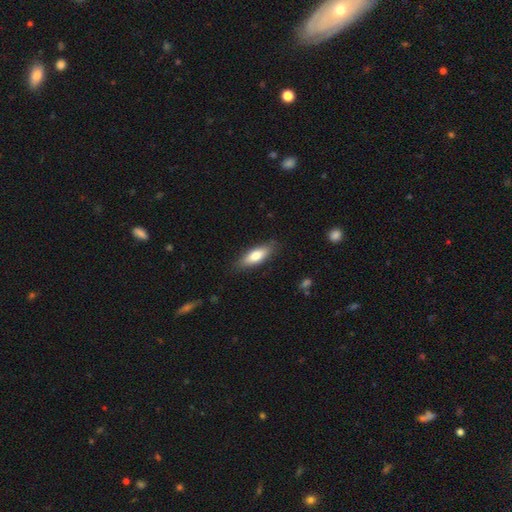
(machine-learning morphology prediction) Smooth or featured?
  - smooth: 75% *
  - featured or disk: 19%
  - star or artifact: 6%
How rounded?
  - in between: 62% *
  - cigar-shaped: 36%
  - round: 2%
Merging?
  - none: 84% *
  - minor disturbance: 12%
  - major disturbance: 3%
  - merger: 1%